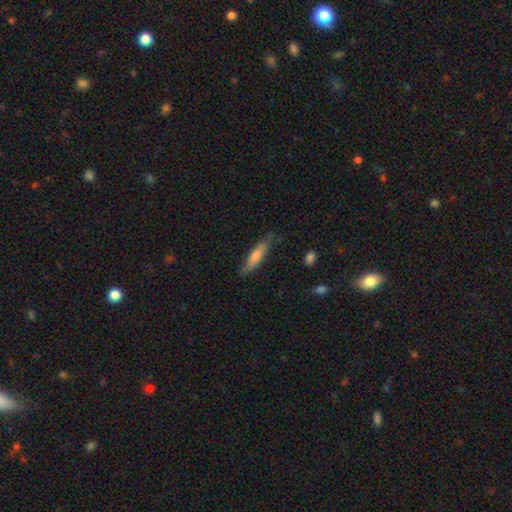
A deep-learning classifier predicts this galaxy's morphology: The model was most divided on "smooth or featured": smooth: 67%, featured or disk: 27%, star or artifact: 6%. More confident: how rounded — cigar-shaped (80%); merging — none (73%).